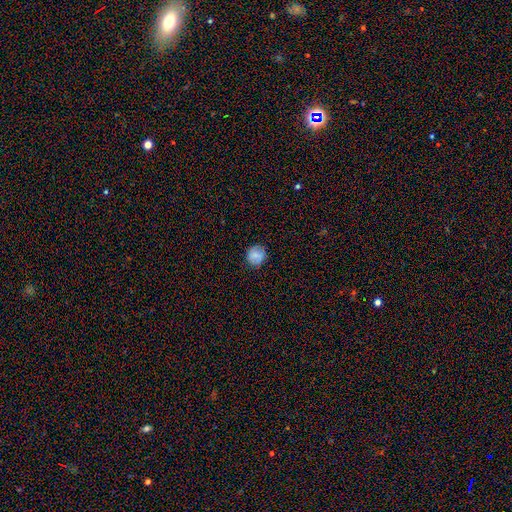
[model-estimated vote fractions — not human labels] Morphology: type=smooth (76%); roundness=round (86%); merging=none (83%).